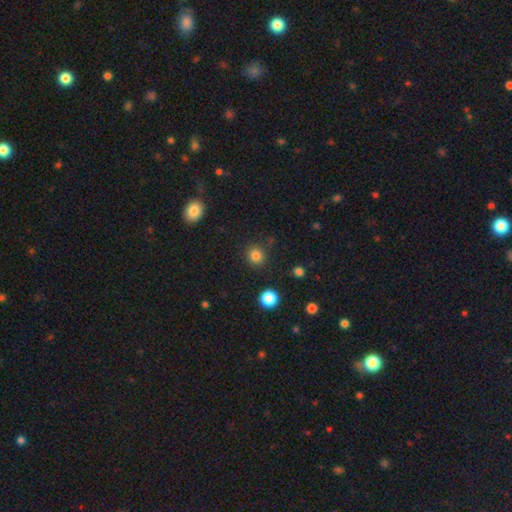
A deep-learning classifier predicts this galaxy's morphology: Overall: smooth (82%). How rounded: round (89%). Merging: none (88%).